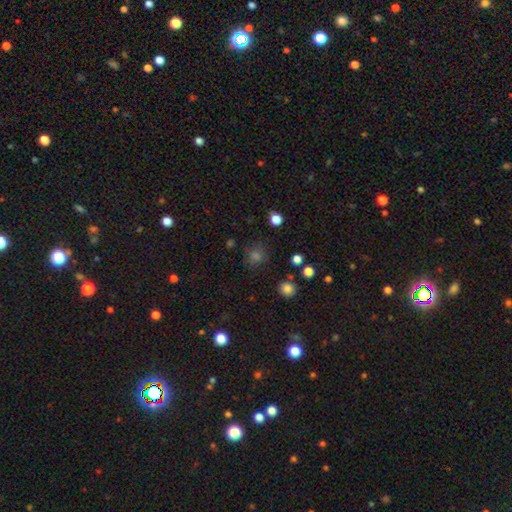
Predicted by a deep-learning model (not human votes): Smooth or featured?
  - smooth: 64% *
  - star or artifact: 29%
  - featured or disk: 7%
How rounded?
  - round: 89% *
  - in between: 10%
  - cigar-shaped: 1%
Merging?
  - none: 85% *
  - minor disturbance: 10%
  - major disturbance: 4%
  - merger: 2%